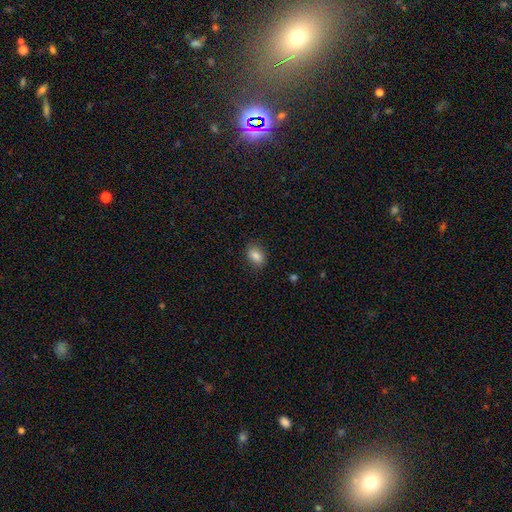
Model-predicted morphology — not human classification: A smooth galaxy with no disk features (85%) that is in between round and cigar-shaped (81%).

Vote fractions:
- Smooth or featured? smooth: 85% / star or artifact: 9% / featured or disk: 6%
- How rounded? in between: 81% / round: 18% / cigar-shaped: 1%
- Merging? none: 85% / minor disturbance: 11% / major disturbance: 3% / merger: 1%